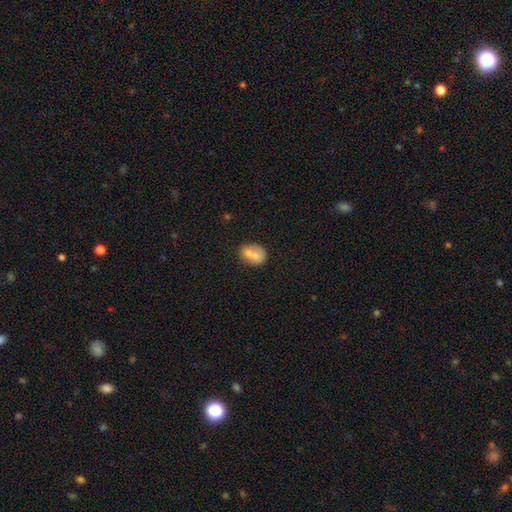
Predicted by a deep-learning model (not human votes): Overall: smooth (67%). How rounded: in between (59%; round 40%). Merging: none (42%; merger 37%).